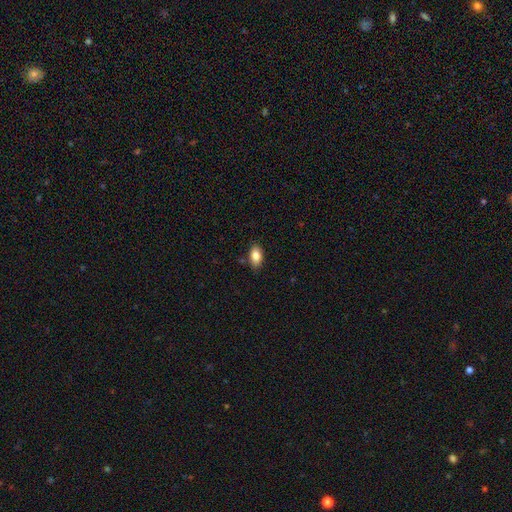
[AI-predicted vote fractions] This appears to be a smooth galaxy with no disk features (85%) that is in between round and cigar-shaped (91%). Merging: none (83%).